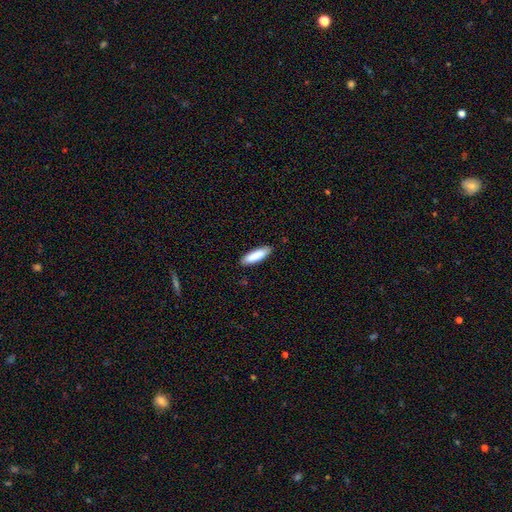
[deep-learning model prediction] smooth 87%, featured or disk 7%, star or artifact 5%. Down the decision tree: how rounded — cigar-shaped (56%); merging — none (87%).